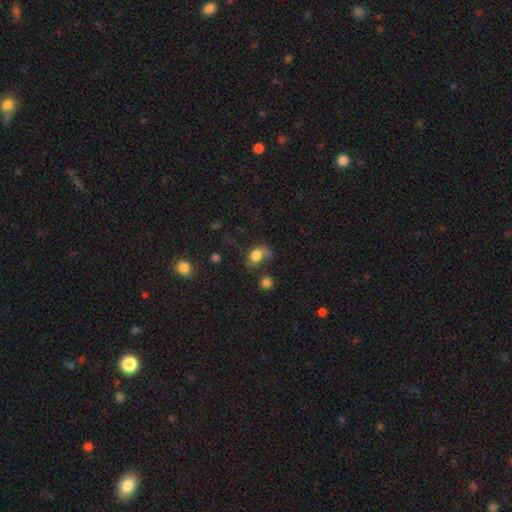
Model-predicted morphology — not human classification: The model was most divided on "merging": none: 32%, major disturbance: 31%, minor disturbance: 26%, merger: 11%. More confident: smooth or featured — smooth (69%); how rounded — in between (62%).